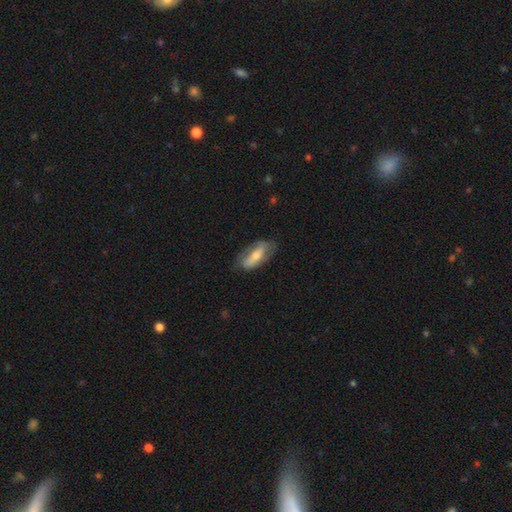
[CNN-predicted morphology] The model was most divided on "smooth or featured": featured or disk: 52%, smooth: 41%, star or artifact: 7%. More confident: edge-on disk — no (79%); merging — none (74%).